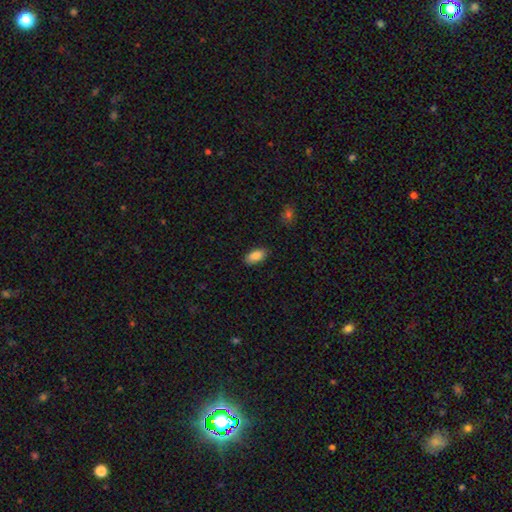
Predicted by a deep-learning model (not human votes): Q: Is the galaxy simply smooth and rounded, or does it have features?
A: smooth — 87%.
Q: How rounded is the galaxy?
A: in between — 92%.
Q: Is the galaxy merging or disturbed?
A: none — 87%.